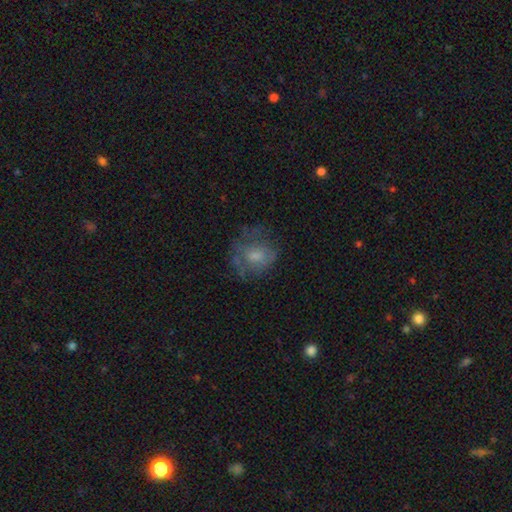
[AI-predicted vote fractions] A smooth galaxy with no disk features (48%).

Vote fractions:
- Smooth or featured? smooth: 48% / featured or disk: 39% / star or artifact: 14%
- Merging? none: 57% / minor disturbance: 21% / major disturbance: 20% / merger: 2%